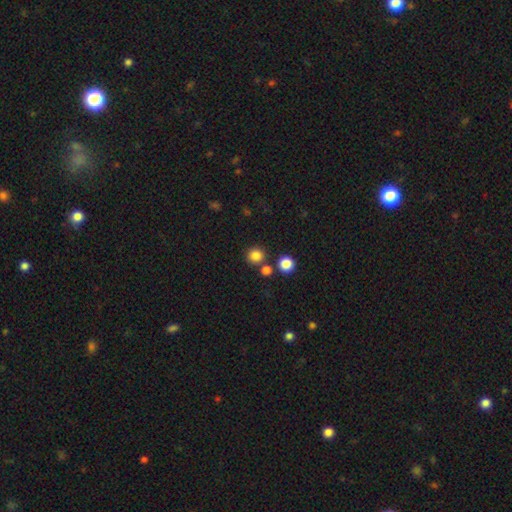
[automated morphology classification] Q: Smooth or featured?
A: smooth (82%); runner-up: star or artifact (13%)
Q: How rounded?
A: round (92%); runner-up: in between (7%)
Q: Merging?
A: none (80%); runner-up: merger (10%)